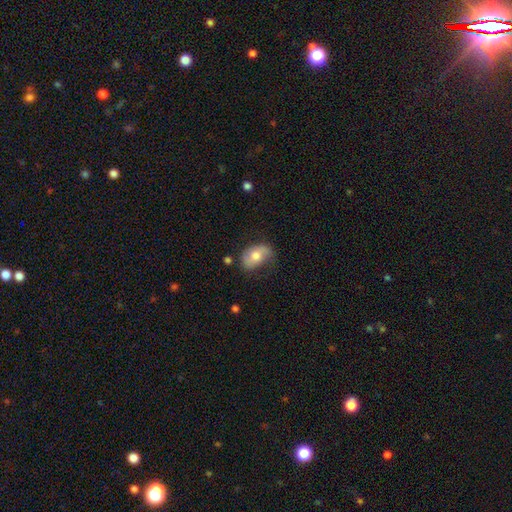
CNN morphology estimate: This appears to be a smooth galaxy with no disk features (64%) that is in between round and cigar-shaped (84%). Merging: none (56%).